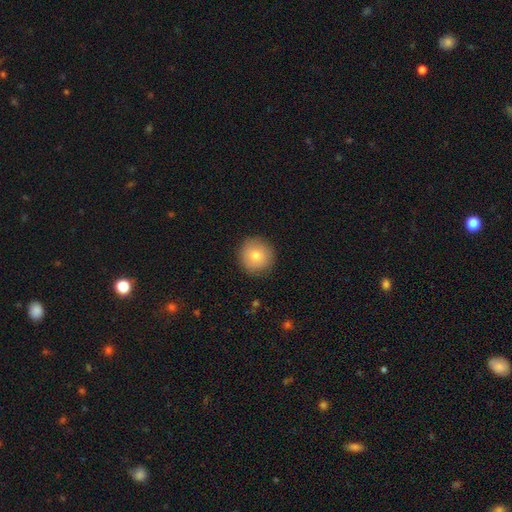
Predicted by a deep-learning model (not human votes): smooth-or-featured: smooth: 78% | featured or disk: 12% | star or artifact: 9%
  how-rounded: round: 95% | in between: 4% | cigar-shaped: 1%
  merging: none: 90% | minor disturbance: 7% | major disturbance: 2% | merger: 1%